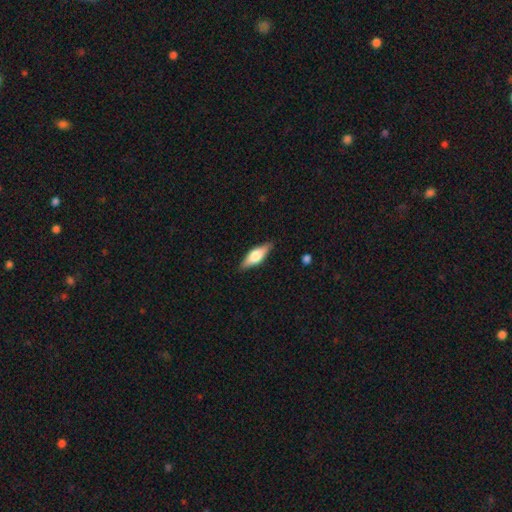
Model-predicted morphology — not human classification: This appears to be a featured or disk galaxy (47%, tied with smooth). Merging: none (87%).